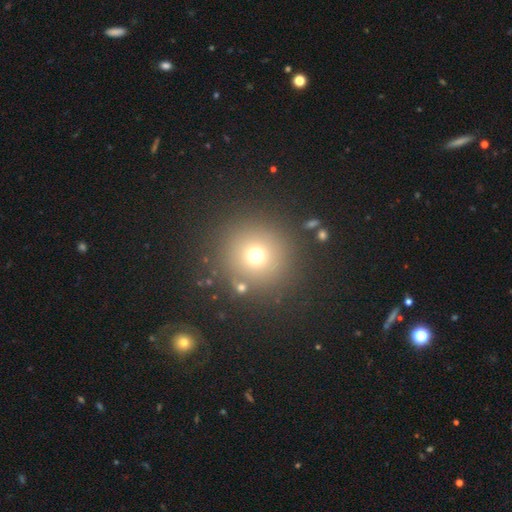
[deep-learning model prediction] Smooth or featured? Predicted: smooth (p=0.69). How rounded? Predicted: round (p=0.94). Merging? Predicted: none (p=0.84).